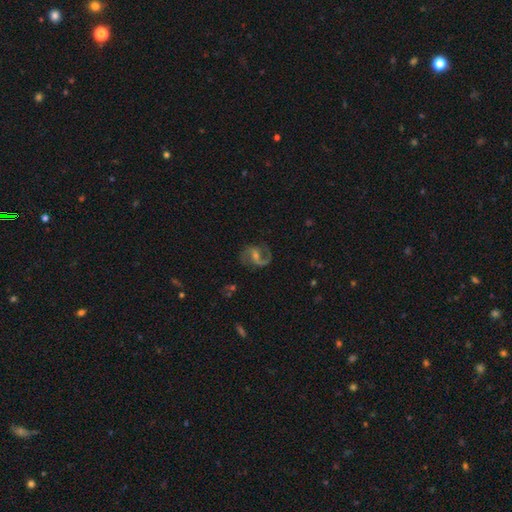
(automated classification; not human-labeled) Smooth or featured?
  - featured or disk: 86% *
  - star or artifact: 7%
  - smooth: 6%
Edge-on disk?
  - no: 98% *
  - yes: 2%
Bar?
  - weak: 51% *
  - no: 26%
  - strong: 24%
Spiral arms?
  - yes: 97% *
  - no: 3%
Spiral winding?
  - medium: 56% *
  - loose: 30%
  - tight: 14%
Spiral arm count?
  - 2: 89% *
  - 1: 5%
  - can't tell: 3%
  - 3: 2%
  - 4: 1%
  - more than 4: 1%
Bulge size?
  - small: 46% *
  - moderate: 44%
  - none: 6%
  - large: 3%
  - dominant: 1%
Merging?
  - none: 77% *
  - minor disturbance: 14%
  - major disturbance: 7%
  - merger: 2%